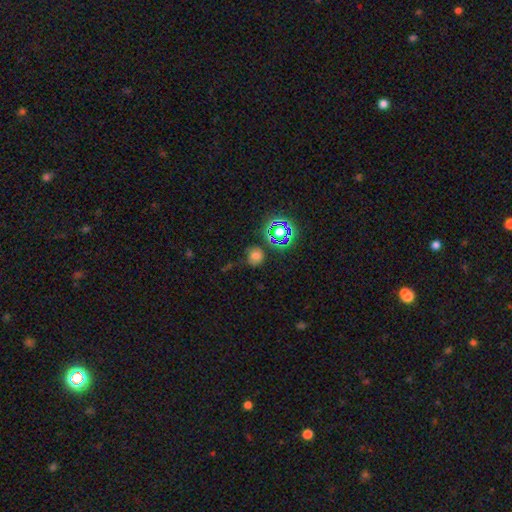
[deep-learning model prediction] smooth-or-featured: smooth: 63% | star or artifact: 27% | featured or disk: 11%
  how-rounded: round: 82% | in between: 17% | cigar-shaped: 1%
  merging: none: 69% | minor disturbance: 18% | major disturbance: 8% | merger: 5%